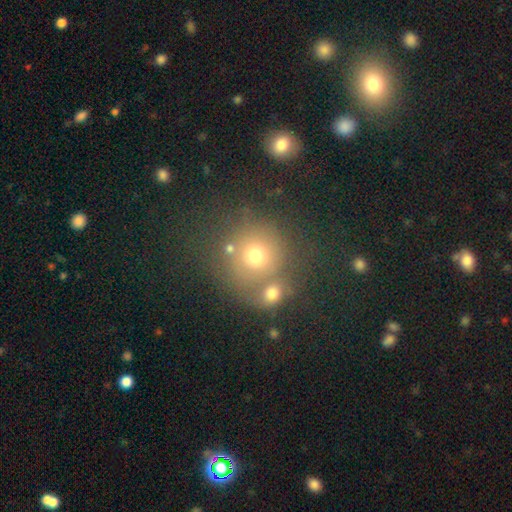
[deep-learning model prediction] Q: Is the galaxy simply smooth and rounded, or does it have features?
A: smooth — 69%.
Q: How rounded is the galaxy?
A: round — 89%.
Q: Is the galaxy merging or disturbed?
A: none — 58%.